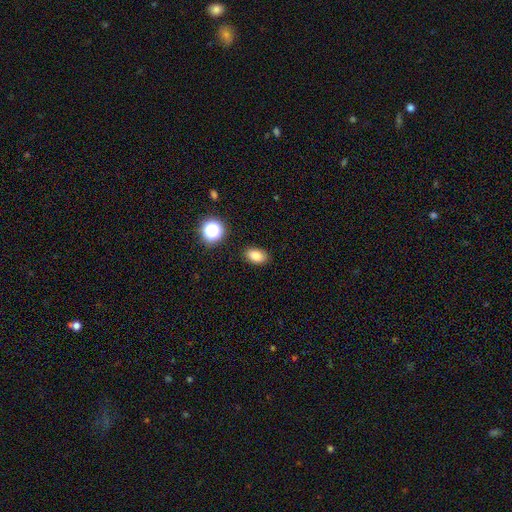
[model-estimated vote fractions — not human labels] A smooth galaxy with no disk features (83%) that is in between round and cigar-shaped (86%). Merging: none (88%).